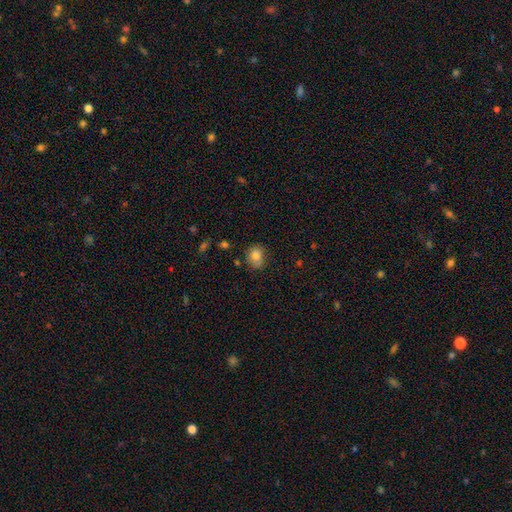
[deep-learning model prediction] Q: Smooth or featured?
A: smooth (80%); runner-up: star or artifact (10%)
Q: How rounded?
A: round (59%); runner-up: in between (40%)
Q: Merging?
A: none (70%); runner-up: minor disturbance (22%)